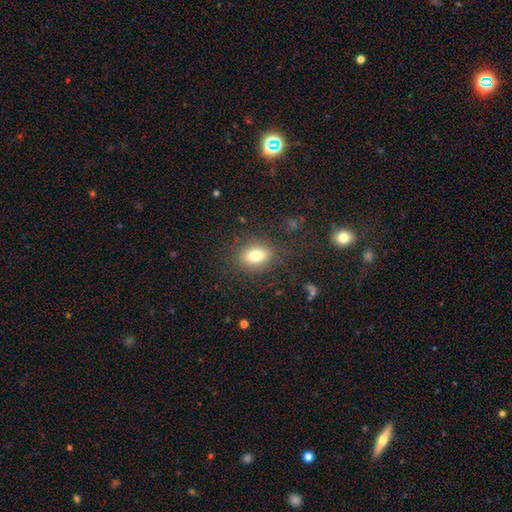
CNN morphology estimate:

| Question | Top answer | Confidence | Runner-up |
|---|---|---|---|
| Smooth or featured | smooth | 77% | featured or disk (12%) |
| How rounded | in between | 71% | round (27%) |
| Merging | none | 83% | minor disturbance (11%) |